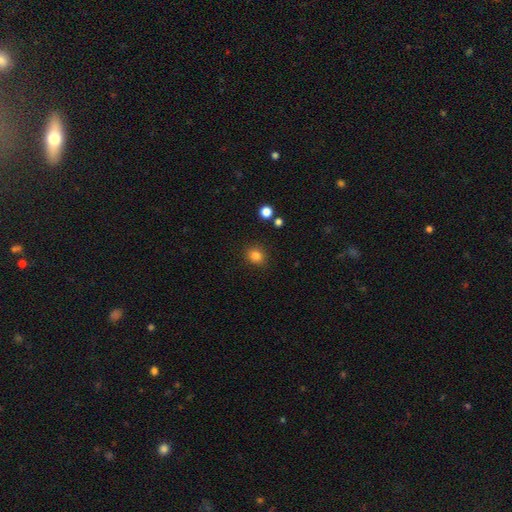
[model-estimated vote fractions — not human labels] smooth 83%, star or artifact 12%, featured or disk 5%. Down the decision tree: how rounded — round (79%); merging — none (88%).